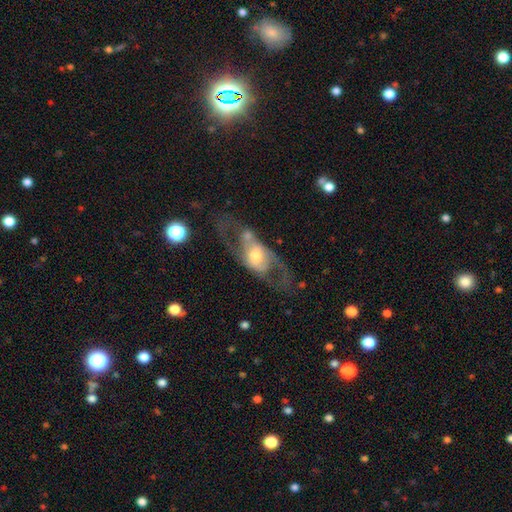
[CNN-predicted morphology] A featured or disk galaxy (75%) with no bar (57%), spiral arms (71%) and a moderate central bulge (59%). Merging: none (54%).